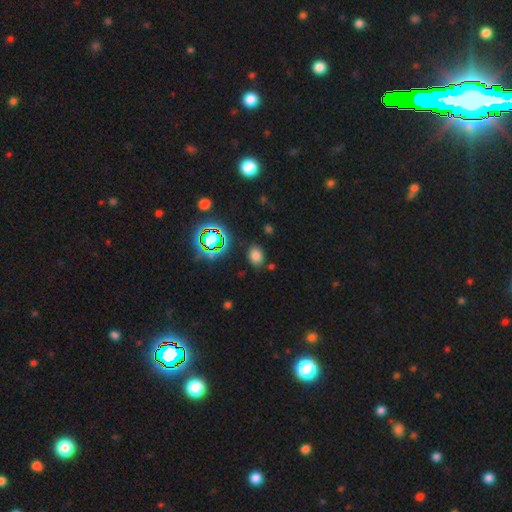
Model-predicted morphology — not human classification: A smooth galaxy with no disk features (72%) that is in between round and cigar-shaped (63%).

Vote fractions:
- Smooth or featured? smooth: 72% / star or artifact: 22% / featured or disk: 6%
- How rounded? in between: 63% / round: 36% / cigar-shaped: 1%
- Merging? none: 81% / minor disturbance: 11% / merger: 4% / major disturbance: 4%